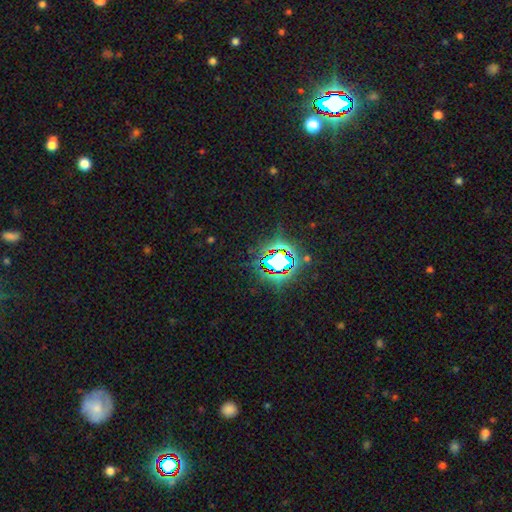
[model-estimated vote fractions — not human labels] Smooth or featured?
  - star or artifact: 83% *
  - smooth: 10%
  - featured or disk: 7%